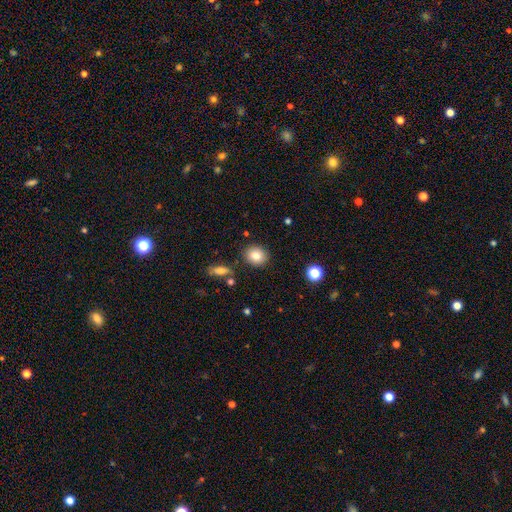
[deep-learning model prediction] Smooth or featured: smooth — 82% (star or artifact — 9%)
How rounded: round — 71% (in between — 27%)
Merging: none — 87% (minor disturbance — 8%)